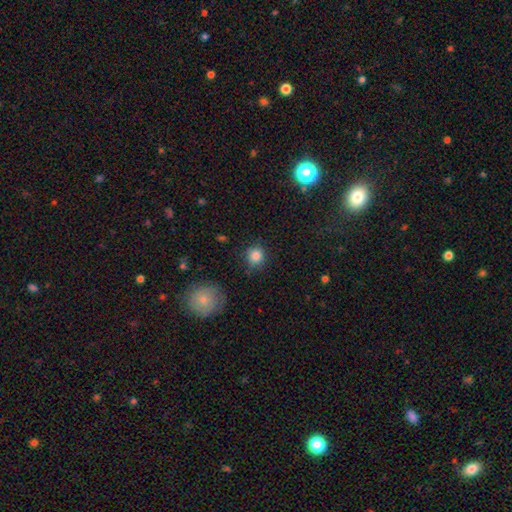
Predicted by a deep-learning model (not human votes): A smooth galaxy with no disk features (85%) that is round (88%). Merging: none (80%).